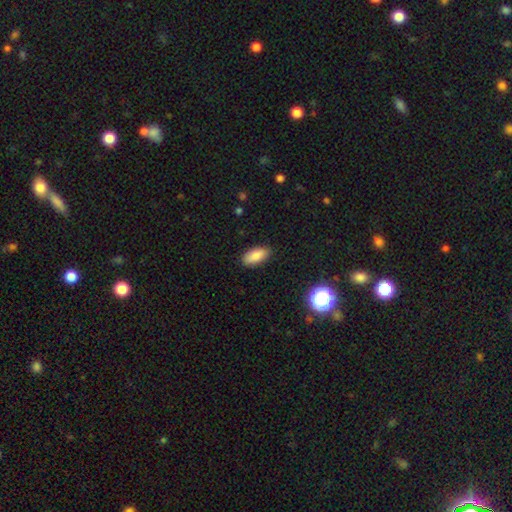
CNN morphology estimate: Q: Smooth or featured?
A: smooth (85%); runner-up: star or artifact (8%)
Q: How rounded?
A: in between (88%); runner-up: cigar-shaped (9%)
Q: Merging?
A: none (88%); runner-up: minor disturbance (9%)